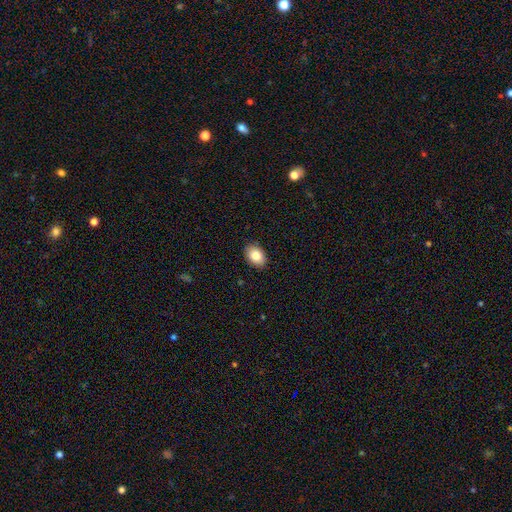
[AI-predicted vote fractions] This is clearly a smooth galaxy (83%). How rounded: clearly in between (81%). Merging: clearly none (89%).